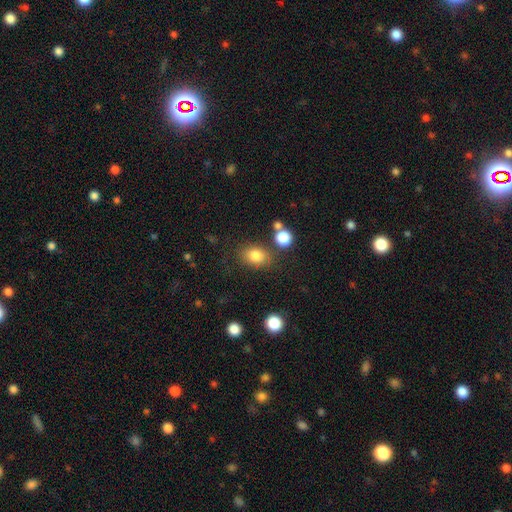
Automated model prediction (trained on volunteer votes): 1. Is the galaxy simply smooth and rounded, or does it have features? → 81% smooth, 11% star or artifact, 8% featured or disk.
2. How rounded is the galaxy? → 67% in between, 32% round, 1% cigar-shaped.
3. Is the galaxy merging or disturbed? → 72% none, 15% minor disturbance, 8% merger, 5% major disturbance.